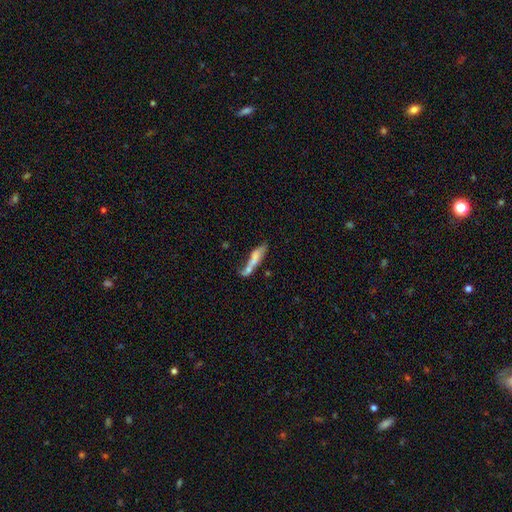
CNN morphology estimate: This appears to be a smooth galaxy with no disk features (61%) that is cigar-shaped (66%). Merging: merger (43%).